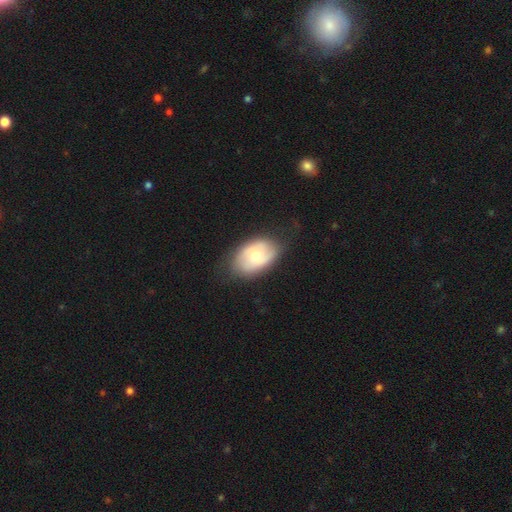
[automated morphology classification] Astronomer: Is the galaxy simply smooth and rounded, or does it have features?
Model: smooth — 51% (runner-up: featured or disk, 42%).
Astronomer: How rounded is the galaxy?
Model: in between — 88%.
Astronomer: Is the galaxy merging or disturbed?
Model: none — 69%.